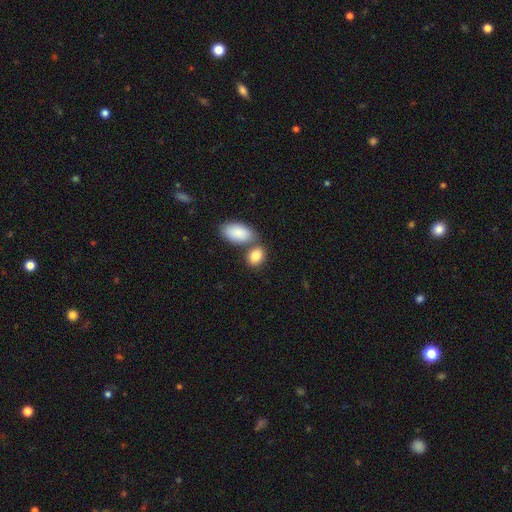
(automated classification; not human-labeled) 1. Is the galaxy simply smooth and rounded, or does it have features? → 86% smooth, 7% star or artifact, 7% featured or disk.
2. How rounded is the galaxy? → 75% in between, 22% round, 2% cigar-shaped.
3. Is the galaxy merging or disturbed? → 51% none, 35% merger, 11% minor disturbance, 4% major disturbance.